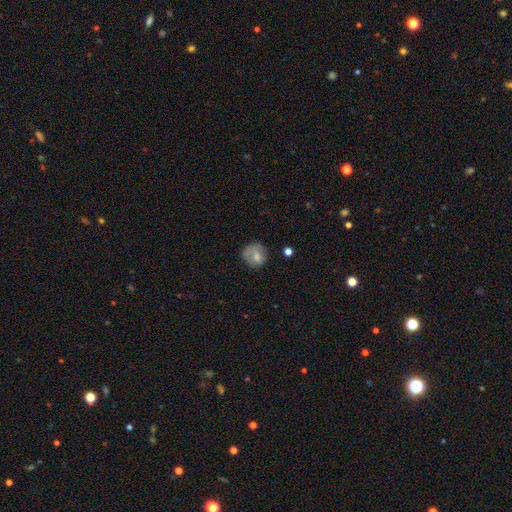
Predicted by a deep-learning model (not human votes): Morphology: type=smooth (74%); roundness=round (82%); merging=none (60%).